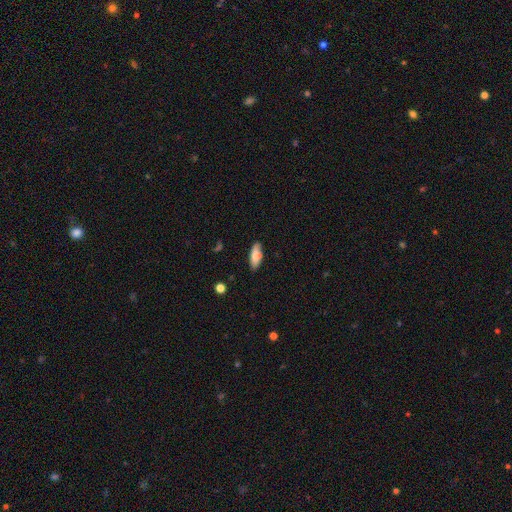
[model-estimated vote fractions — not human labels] Smooth or featured? Predicted: smooth (p=0.76). How rounded? Predicted: in between (p=0.66). Merging? Predicted: none (p=0.73).